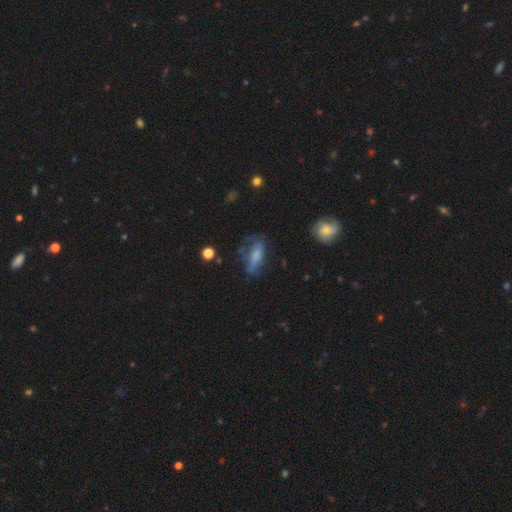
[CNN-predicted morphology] A smooth galaxy with no disk features (56%) that is in between round and cigar-shaped (74%). Merging: none (44%).